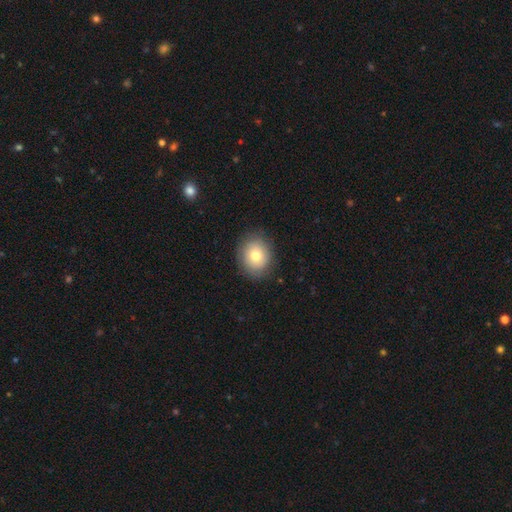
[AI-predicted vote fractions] Overall: smooth (77%). How rounded: round (69%; in between 30%). Merging: none (86%).